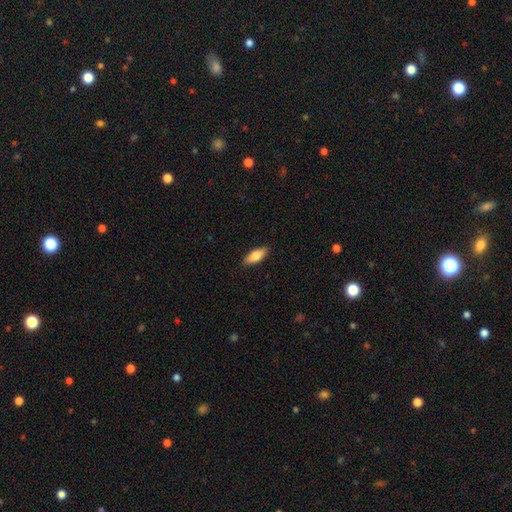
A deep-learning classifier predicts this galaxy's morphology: Q: Smooth or featured?
A: smooth (78%); runner-up: featured or disk (16%)
Q: How rounded?
A: in between (78%); runner-up: cigar-shaped (20%)
Q: Merging?
A: none (89%); runner-up: minor disturbance (8%)